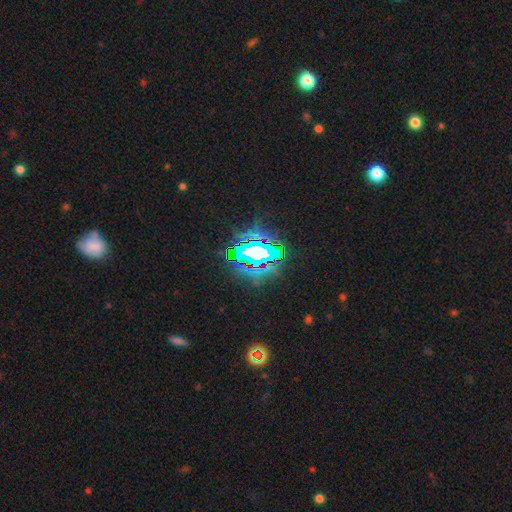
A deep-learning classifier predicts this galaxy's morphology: This is likely a star or artifact rather than a galaxy (73%).